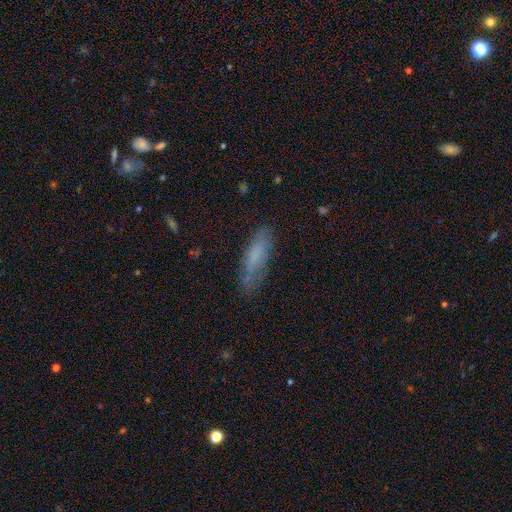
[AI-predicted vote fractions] Smooth or featured? smooth (66%)
How rounded? cigar-shaped (53%)
Merging? none (71%)